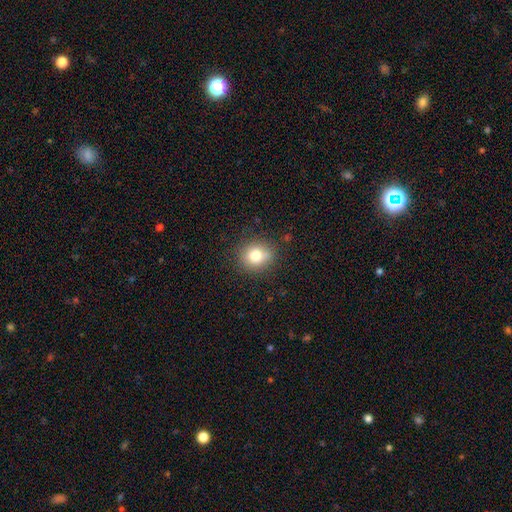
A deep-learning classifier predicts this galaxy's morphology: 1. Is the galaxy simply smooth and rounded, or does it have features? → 78% smooth, 12% star or artifact, 10% featured or disk.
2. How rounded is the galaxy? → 77% round, 22% in between, 1% cigar-shaped.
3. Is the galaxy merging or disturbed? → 84% none, 12% minor disturbance, 3% major disturbance, 2% merger.